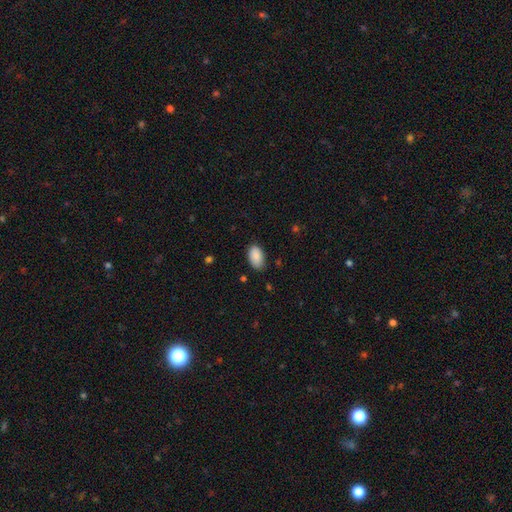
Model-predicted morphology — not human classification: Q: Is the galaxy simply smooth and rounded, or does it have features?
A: smooth — 89%.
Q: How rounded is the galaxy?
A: in between — 94%.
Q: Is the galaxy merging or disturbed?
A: none — 78%.